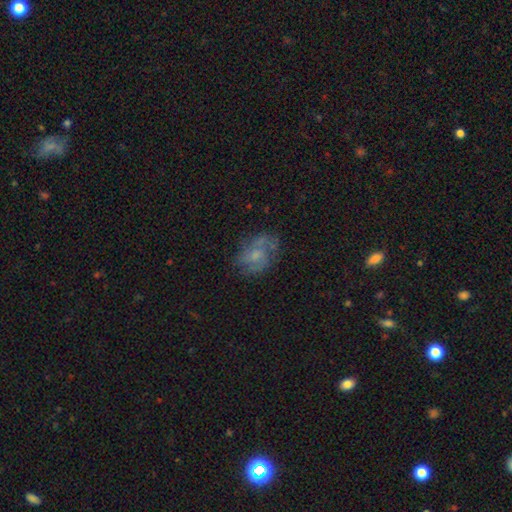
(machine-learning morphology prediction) Q: Smooth or featured?
A: featured or disk (56%); runner-up: smooth (34%)
Q: Edge-on disk?
A: no (97%); runner-up: yes (3%)
Q: Bar?
A: no (72%); runner-up: weak (25%)
Q: Spiral arms?
A: yes (69%); runner-up: no (31%)
Q: Bulge size?
A: small (45%); runner-up: moderate (32%)
Q: Merging?
A: none (60%); runner-up: minor disturbance (22%)